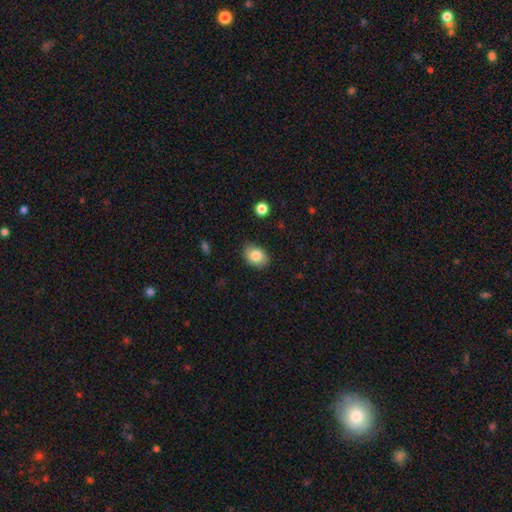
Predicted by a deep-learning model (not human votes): A smooth galaxy with no disk features (83%) that is in between round and cigar-shaped (74%).

Vote fractions:
- Smooth or featured? smooth: 83% / featured or disk: 9% / star or artifact: 8%
- How rounded? in between: 74% / round: 25% / cigar-shaped: 1%
- Merging? none: 78% / minor disturbance: 18% / major disturbance: 3% / merger: 1%